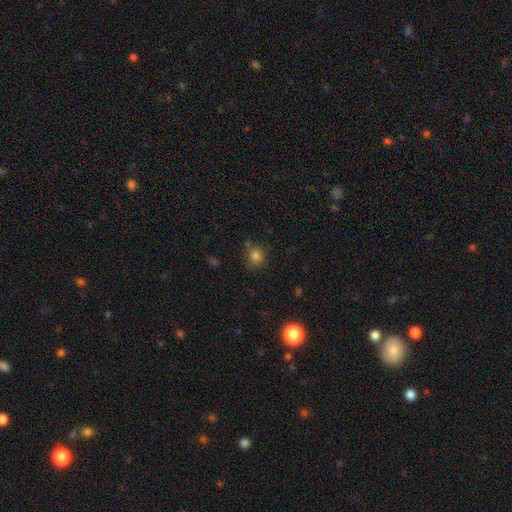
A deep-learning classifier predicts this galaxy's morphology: Smooth or featured? smooth (81%)
How rounded? round (82%)
Merging? none (68%)